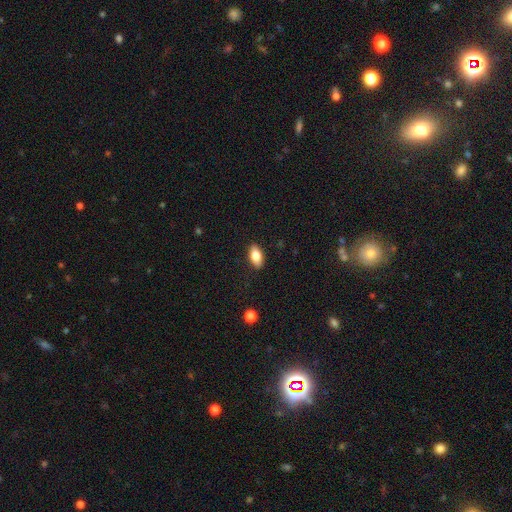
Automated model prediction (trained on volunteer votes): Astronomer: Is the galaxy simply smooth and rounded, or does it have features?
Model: smooth — 81%.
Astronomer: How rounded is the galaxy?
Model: in between — 89%.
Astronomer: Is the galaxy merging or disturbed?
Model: none — 88%.